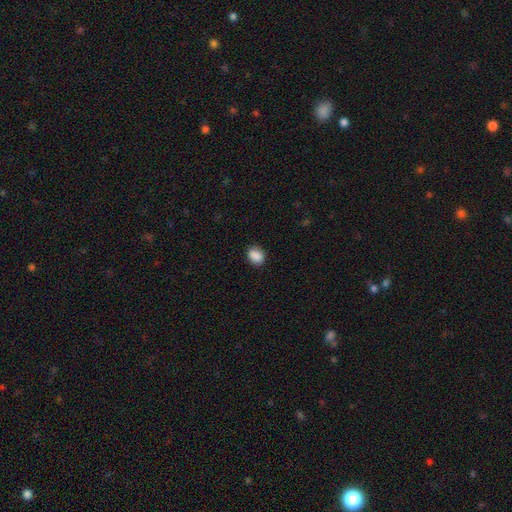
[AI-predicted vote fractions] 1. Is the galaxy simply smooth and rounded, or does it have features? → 88% smooth, 8% star or artifact, 4% featured or disk.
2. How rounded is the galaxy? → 62% in between, 37% round, 1% cigar-shaped.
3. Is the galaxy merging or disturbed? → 85% none, 12% minor disturbance, 3% major disturbance, 1% merger.